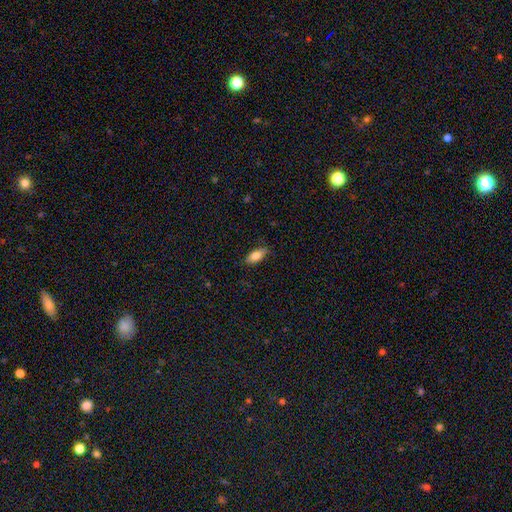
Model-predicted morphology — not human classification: smooth 81%, featured or disk 12%, star or artifact 7%. Down the decision tree: how rounded — in between (84%); merging — none (82%).